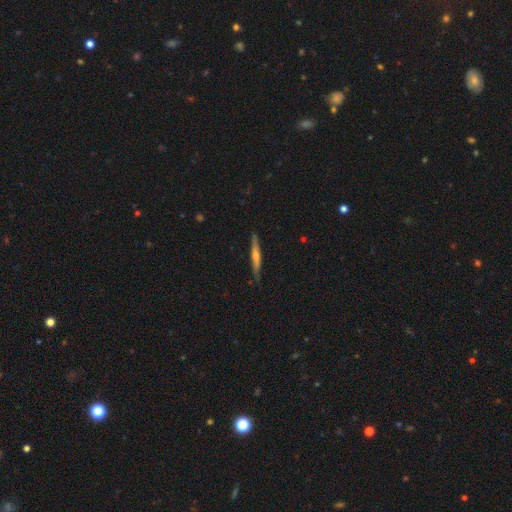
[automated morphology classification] type=featured or disk (64%); edge-on=yes (97%); edge-on bulge=rounded (78%); merging=none (88%).